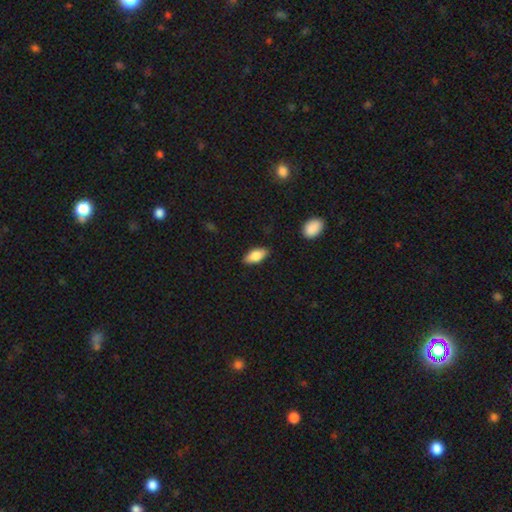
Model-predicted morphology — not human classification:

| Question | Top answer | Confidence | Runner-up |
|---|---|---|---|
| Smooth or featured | smooth | 79% | featured or disk (14%) |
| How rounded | in between | 86% | cigar-shaped (12%) |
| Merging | none | 85% | minor disturbance (11%) |